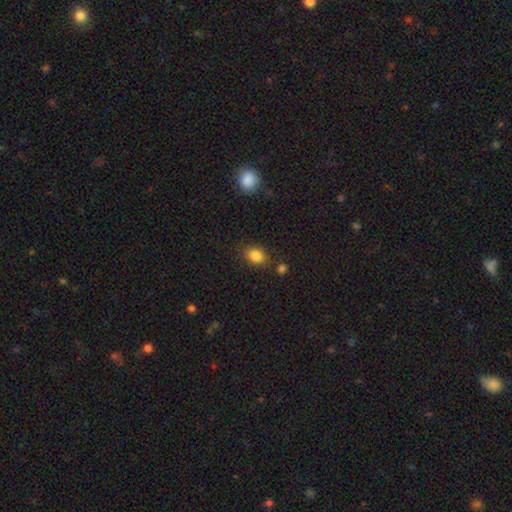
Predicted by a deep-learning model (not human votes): Smooth or featured: smooth — 84% (star or artifact — 10%)
How rounded: in between — 62% (round — 36%)
Merging: none — 79% (minor disturbance — 12%)